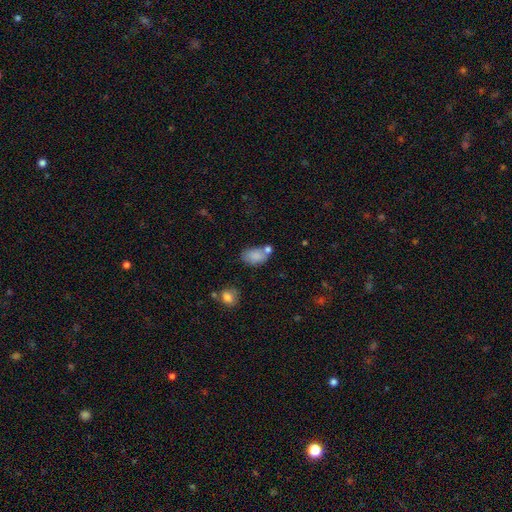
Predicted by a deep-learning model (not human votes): This appears to be a smooth galaxy with no disk features (83%) that is in between round and cigar-shaped (87%). Merging: none (51%).